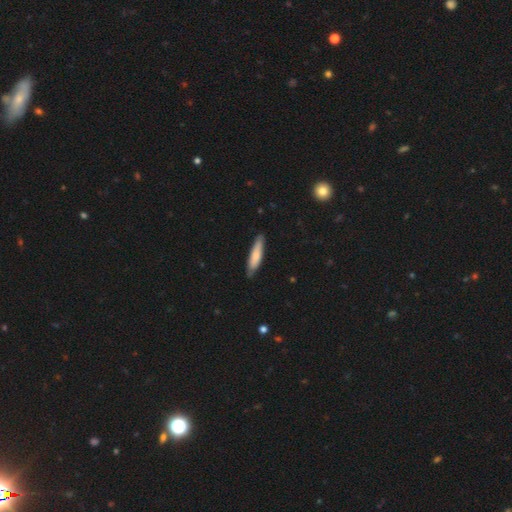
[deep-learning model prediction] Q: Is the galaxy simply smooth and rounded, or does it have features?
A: smooth — 73%.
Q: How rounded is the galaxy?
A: cigar-shaped — 84%.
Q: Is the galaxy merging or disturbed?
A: none — 82%.